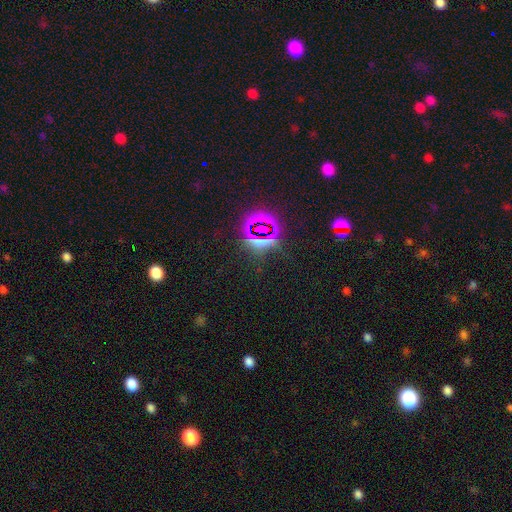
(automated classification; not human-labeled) A star or artifact, not a galaxy (70%).